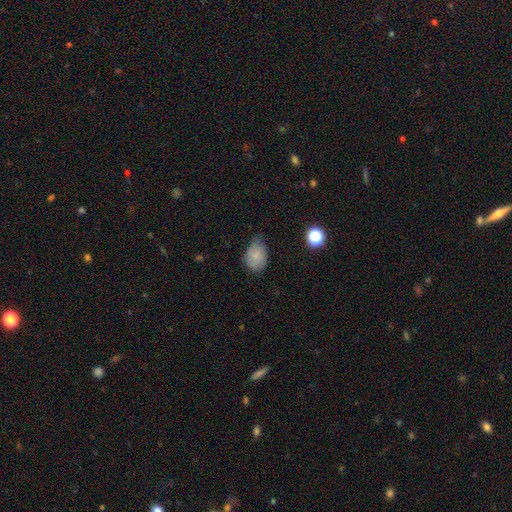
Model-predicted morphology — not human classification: A smooth galaxy with no disk features (80%) that is in between round and cigar-shaped (82%).

Vote fractions:
- Smooth or featured? smooth: 80% / featured or disk: 11% / star or artifact: 9%
- How rounded? in between: 82% / round: 17% / cigar-shaped: 1%
- Merging? none: 55% / minor disturbance: 36% / major disturbance: 7% / merger: 2%